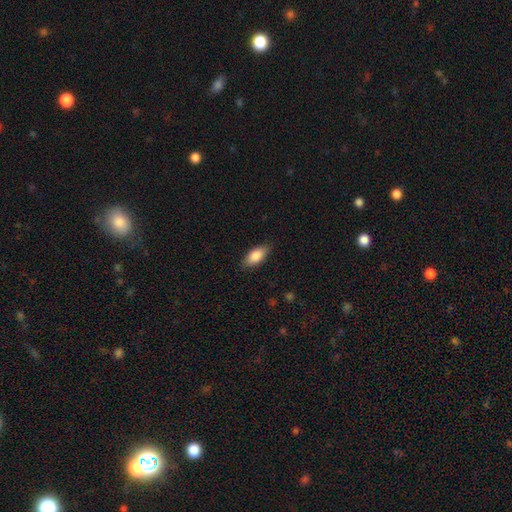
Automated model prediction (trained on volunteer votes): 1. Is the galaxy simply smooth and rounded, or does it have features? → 84% smooth, 9% featured or disk, 6% star or artifact.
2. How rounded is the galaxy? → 89% in between, 8% cigar-shaped, 3% round.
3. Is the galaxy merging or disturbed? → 86% none, 11% minor disturbance, 2% major disturbance, 1% merger.